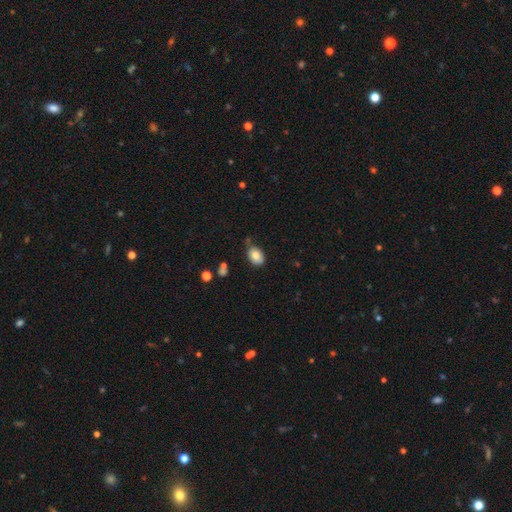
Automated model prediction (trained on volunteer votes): This is clearly a smooth galaxy (83%). How rounded: clearly in between (81%). Merging: likely none (74%).